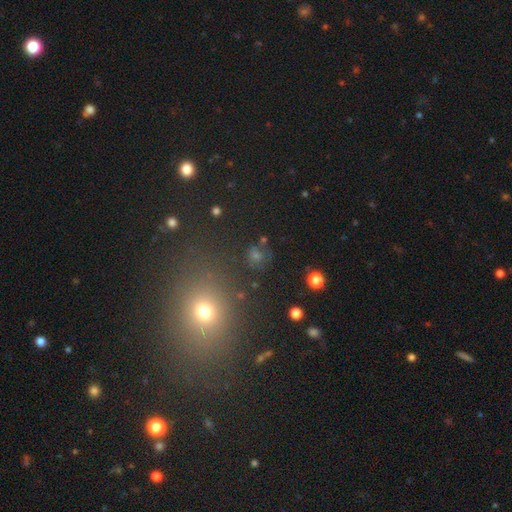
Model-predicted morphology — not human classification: This appears to be a smooth galaxy with no disk features (52%) that is round (82%). Merging: none (82%).